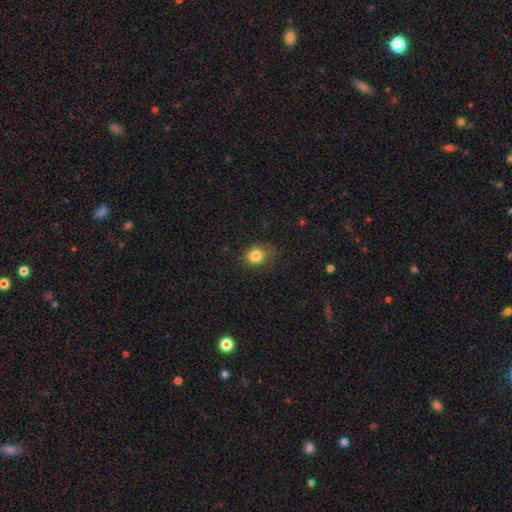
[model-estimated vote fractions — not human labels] smooth-or-featured: smooth: 83% | star or artifact: 11% | featured or disk: 6%
  how-rounded: round: 75% | in between: 24% | cigar-shaped: 1%
  merging: none: 72% | minor disturbance: 20% | major disturbance: 6% | merger: 1%